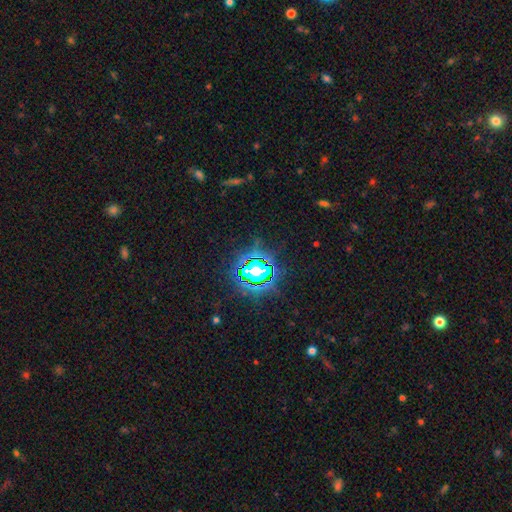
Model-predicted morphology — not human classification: Smooth or featured?
  - star or artifact: 82% *
  - smooth: 11%
  - featured or disk: 7%